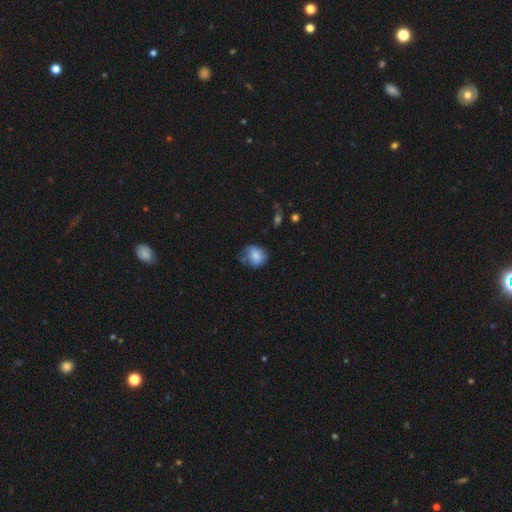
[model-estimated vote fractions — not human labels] Overall: smooth (76%). How rounded: round (63%; in between 36%). Merging: none (50%; minor disturbance 34%).